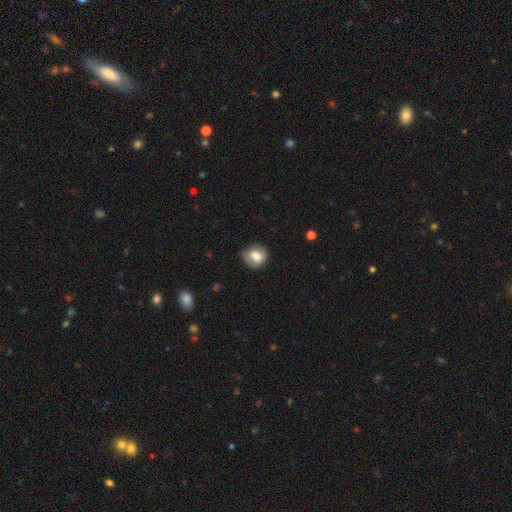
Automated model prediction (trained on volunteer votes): This is likely a smooth galaxy (76%). How rounded: likely round (71%). Merging: likely none (76%).